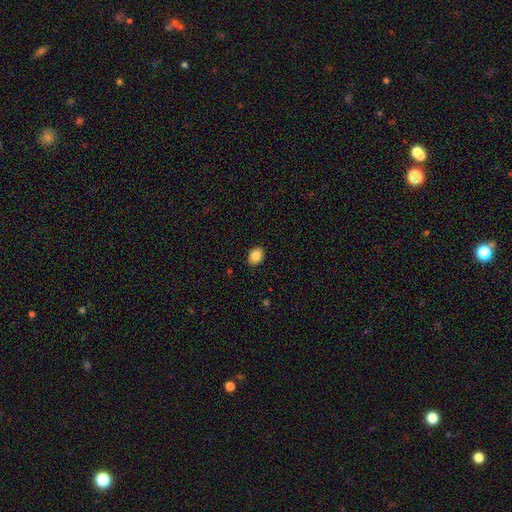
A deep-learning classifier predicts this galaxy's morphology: smooth_or_featured: smooth (p=0.87) [alt: star or artifact p=0.09]
how_rounded: in between (p=0.63) [alt: round p=0.36]
merging: none (p=0.89) [alt: minor disturbance p=0.08]